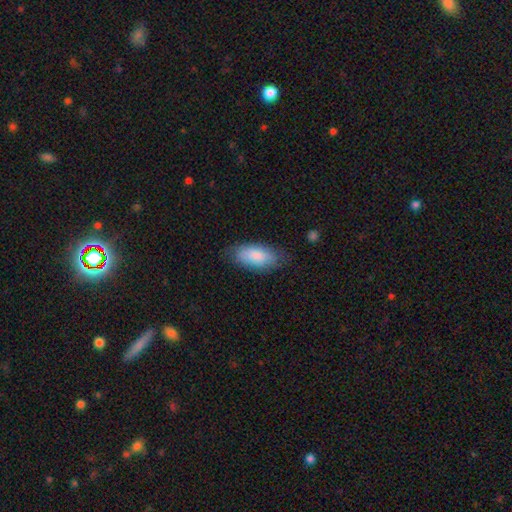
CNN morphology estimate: Overall: smooth (84%). How rounded: in between (89%). Merging: none (76%).